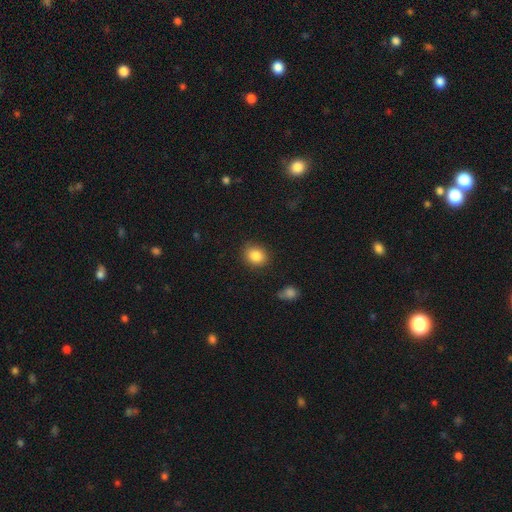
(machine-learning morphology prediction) This is clearly a smooth galaxy (86%). How rounded: likely round (61%). Merging: clearly none (84%).